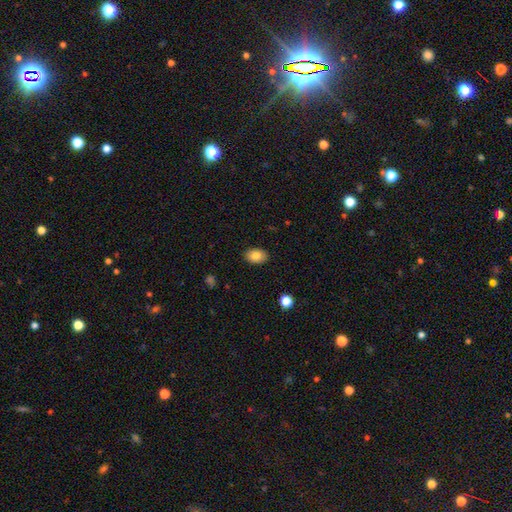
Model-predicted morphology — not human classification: Smooth or featured?
  - smooth: 84% *
  - featured or disk: 8%
  - star or artifact: 8%
How rounded?
  - in between: 85% *
  - round: 14%
  - cigar-shaped: 1%
Merging?
  - none: 88% *
  - minor disturbance: 9%
  - major disturbance: 2%
  - merger: 1%